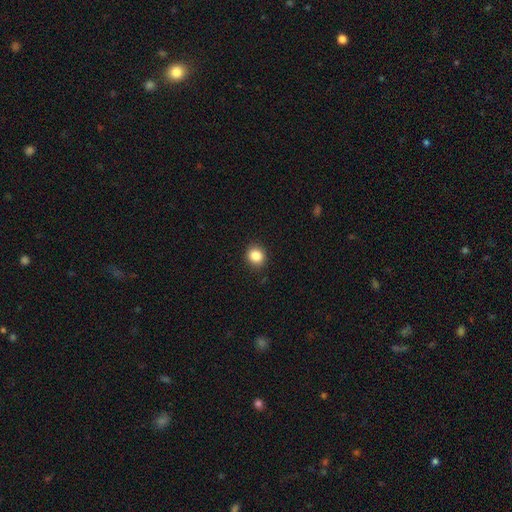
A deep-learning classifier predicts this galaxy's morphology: Smooth or featured?
  - smooth: 86% *
  - star or artifact: 10%
  - featured or disk: 4%
How rounded?
  - round: 77% *
  - in between: 22%
  - cigar-shaped: 1%
Merging?
  - none: 89% *
  - minor disturbance: 8%
  - major disturbance: 2%
  - merger: 1%